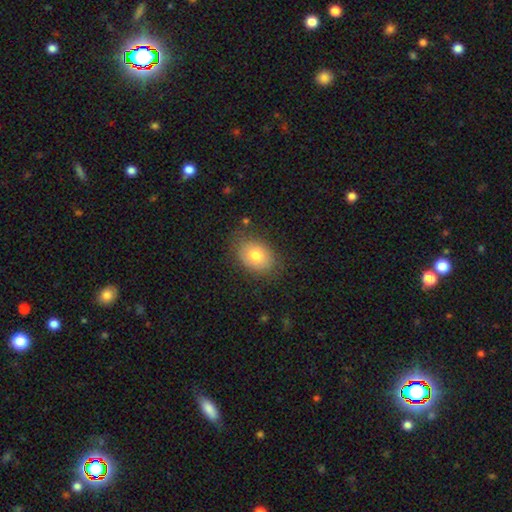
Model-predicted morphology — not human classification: Smooth or featured? Predicted: smooth (p=0.75). How rounded? Predicted: in between (p=0.72). Merging? Predicted: none (p=0.75).